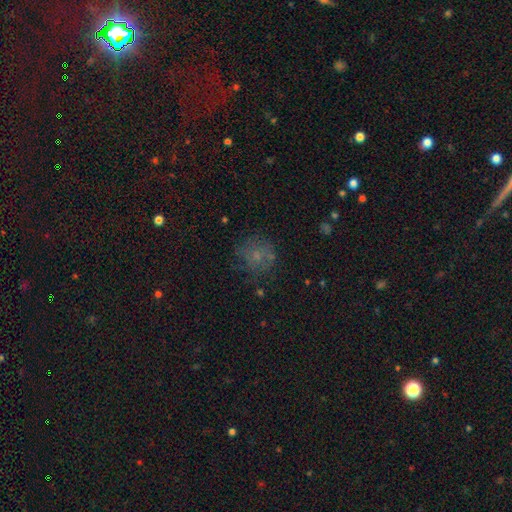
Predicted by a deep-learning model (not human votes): Smooth or featured: smooth — 55% (featured or disk — 24%)
How rounded: round — 83% (in between — 16%)
Merging: none — 67% (minor disturbance — 18%)